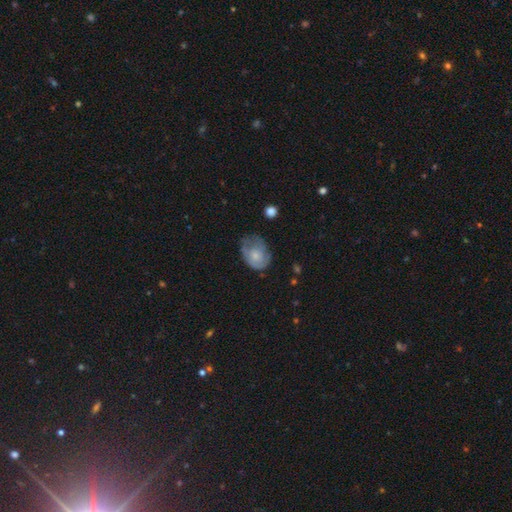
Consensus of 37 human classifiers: Smooth or featured? smooth (57%)
How rounded? in between (81%)
Merging? major disturbance (40%)